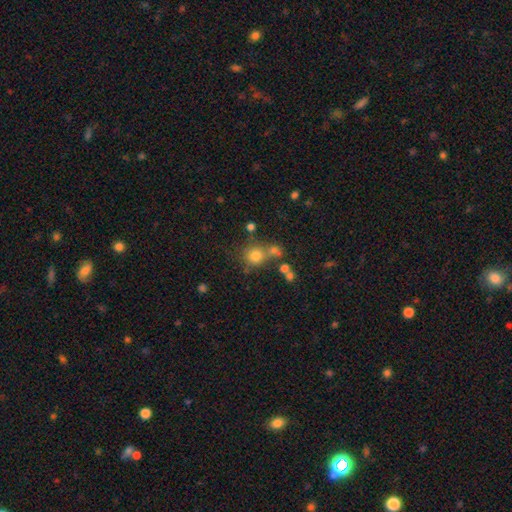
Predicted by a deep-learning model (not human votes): A smooth galaxy with no disk features (75%) that is round (88%). Merging: none (59%).